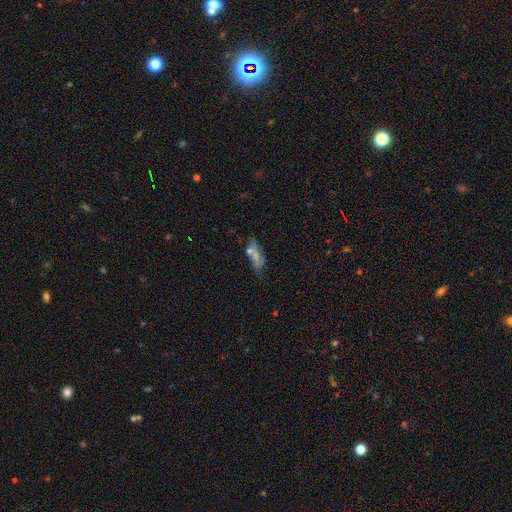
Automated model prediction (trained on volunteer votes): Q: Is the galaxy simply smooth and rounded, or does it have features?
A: smooth — 48%.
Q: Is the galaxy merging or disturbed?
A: none — 53%.